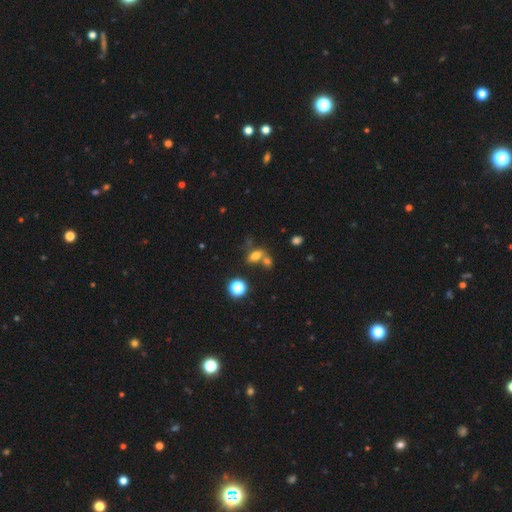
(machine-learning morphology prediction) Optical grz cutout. It shows a smooth galaxy with no disk features (66%) that is in between round and cigar-shaped (73%). Merging: none (40%).